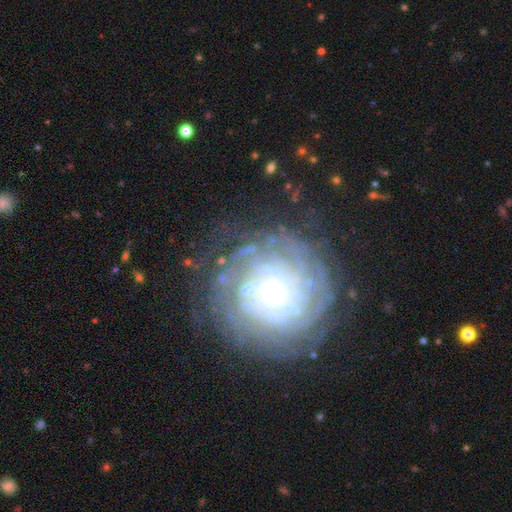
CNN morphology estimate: Smooth or featured?
  - featured or disk: 78% *
  - smooth: 11%
  - star or artifact: 10%
Edge-on disk?
  - no: 97% *
  - yes: 3%
Bar?
  - no: 73% *
  - weak: 19%
  - strong: 8%
Spiral arms?
  - yes: 94% *
  - no: 6%
Spiral winding?
  - tight: 85% *
  - medium: 12%
  - loose: 3%
Spiral arm count?
  - can't tell: 39% *
  - more than 4: 18%
  - 4: 13%
  - 3: 11%
  - 2: 11%
  - 1: 7%
Bulge size?
  - small: 58% *
  - moderate: 36%
  - large: 4%
  - none: 1%
  - dominant: 1%
Merging?
  - none: 81% *
  - minor disturbance: 12%
  - major disturbance: 6%
  - merger: 2%